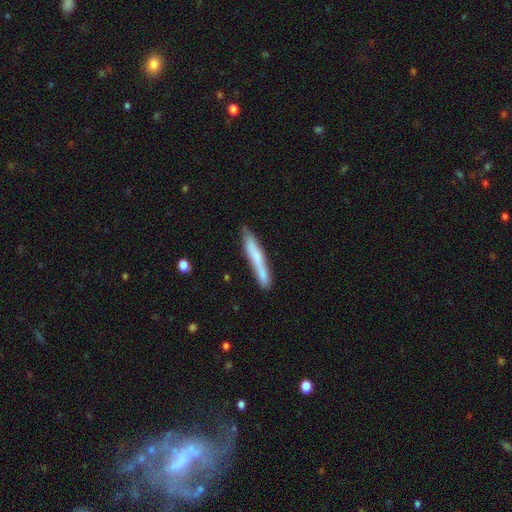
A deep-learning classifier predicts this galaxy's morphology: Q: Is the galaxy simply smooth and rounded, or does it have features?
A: smooth — 65%.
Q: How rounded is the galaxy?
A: cigar-shaped — 94%.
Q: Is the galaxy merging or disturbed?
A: none — 71%.